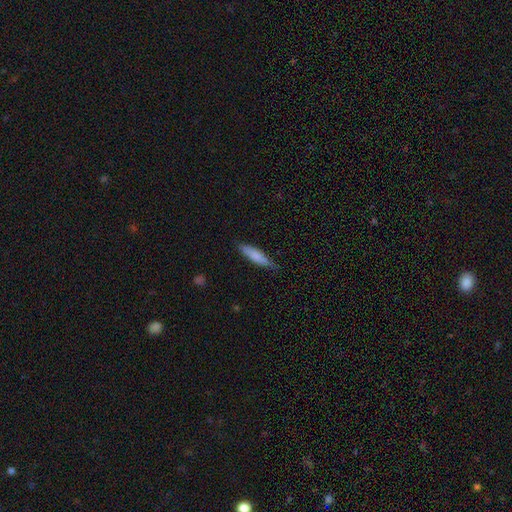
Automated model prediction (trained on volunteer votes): Morphology: type=smooth (78%); roundness=cigar-shaped (75%); merging=none (76%).